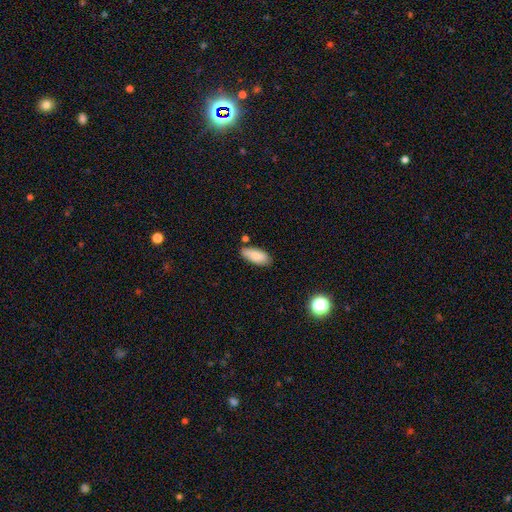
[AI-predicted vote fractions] Smooth or featured?
  - smooth: 83% *
  - featured or disk: 10%
  - star or artifact: 7%
How rounded?
  - in between: 85% *
  - cigar-shaped: 13%
  - round: 2%
Merging?
  - none: 73% *
  - minor disturbance: 18%
  - merger: 6%
  - major disturbance: 3%